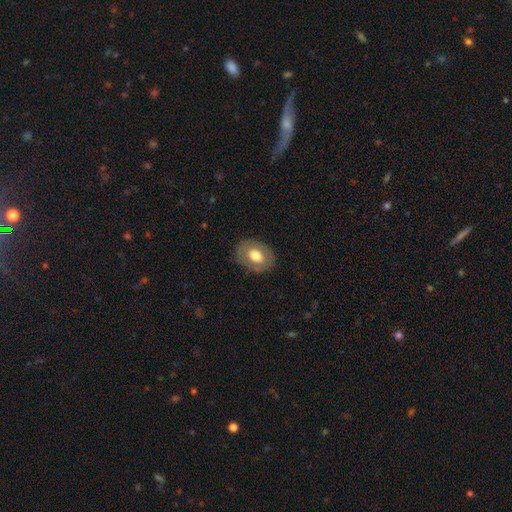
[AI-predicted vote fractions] Smooth or featured? Predicted: smooth (p=0.63). How rounded? Predicted: in between (p=0.72). Merging? Predicted: none (p=0.83).